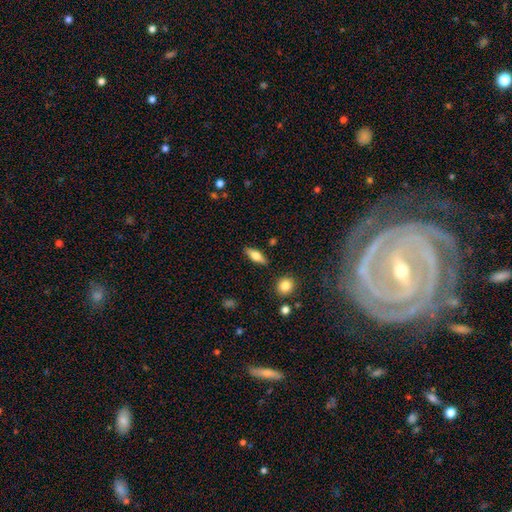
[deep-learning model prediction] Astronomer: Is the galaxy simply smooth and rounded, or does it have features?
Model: smooth — 64%.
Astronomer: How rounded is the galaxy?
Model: in between — 66%.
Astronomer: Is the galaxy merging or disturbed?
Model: none — 86%.